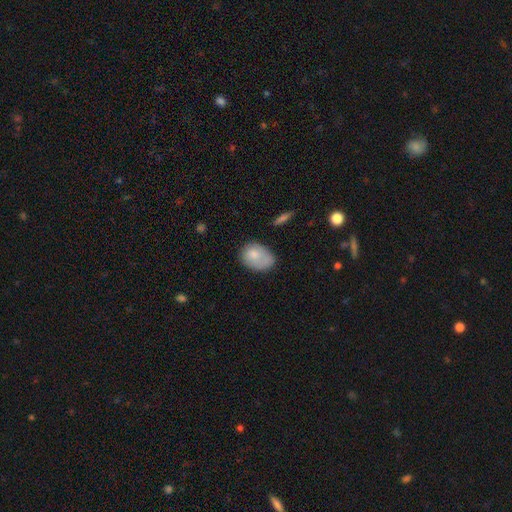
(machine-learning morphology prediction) A smooth galaxy with no disk features (77%) that is in between round and cigar-shaped (72%).

Vote fractions:
- Smooth or featured? smooth: 77% / featured or disk: 16% / star or artifact: 7%
- How rounded? in between: 72% / round: 27% / cigar-shaped: 1%
- Merging? none: 49% / minor disturbance: 33% / major disturbance: 13% / merger: 5%